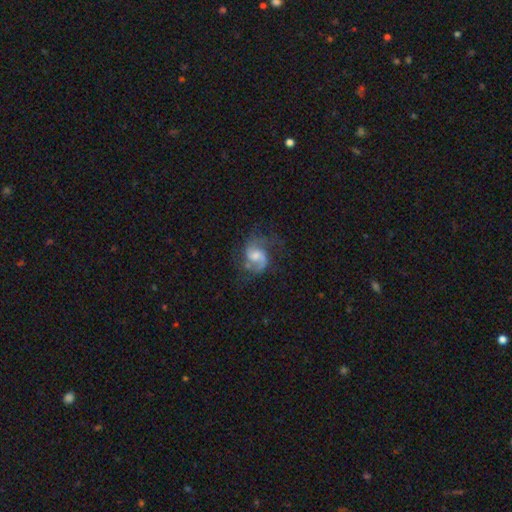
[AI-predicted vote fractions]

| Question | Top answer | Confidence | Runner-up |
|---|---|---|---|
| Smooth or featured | featured or disk | 80% | smooth (13%) |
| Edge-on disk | no | 98% | yes (2%) |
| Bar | no | 46% | weak (45%) |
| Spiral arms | yes | 94% | no (6%) |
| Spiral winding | medium | 47% | loose (40%) |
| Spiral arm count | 2 | 82% | 1 (7%) |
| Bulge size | moderate | 46% | small (33%) |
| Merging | none | 59% | minor disturbance (20%) |